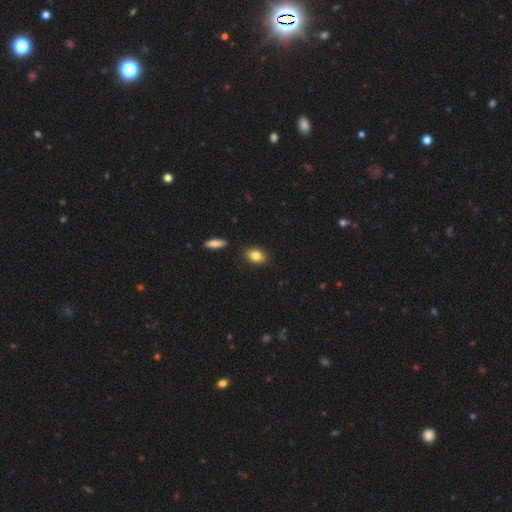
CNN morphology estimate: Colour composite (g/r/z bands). It shows a smooth galaxy with no disk features (84%) that is in between round and cigar-shaped (82%). Merging: none (87%).